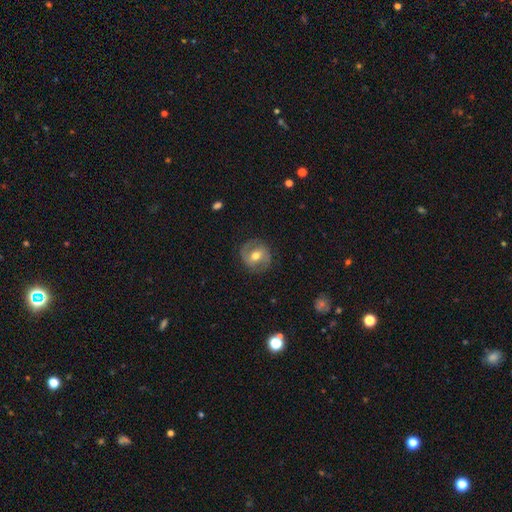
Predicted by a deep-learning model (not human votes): Smooth or featured: featured or disk — 62% (smooth — 31%)
Edge-on disk: no — 96% (yes — 4%)
Bar: weak — 44% (no — 31%)
Spiral arms: yes — 77% (no — 23%)
Bulge size: moderate — 76% (small — 16%)
Merging: none — 82% (minor disturbance — 12%)